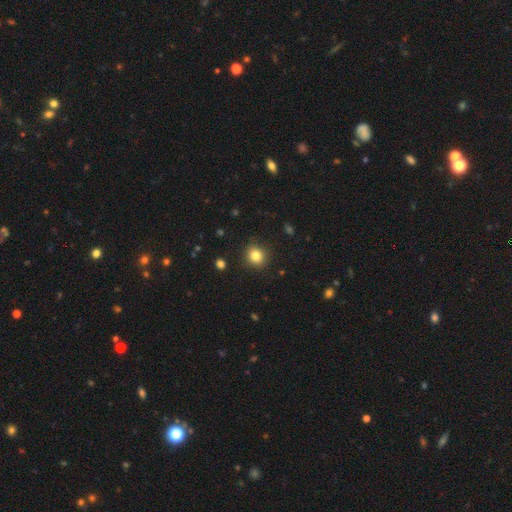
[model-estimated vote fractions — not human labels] Q: Smooth or featured?
A: smooth (83%); runner-up: star or artifact (11%)
Q: How rounded?
A: round (83%); runner-up: in between (16%)
Q: Merging?
A: none (88%); runner-up: minor disturbance (8%)